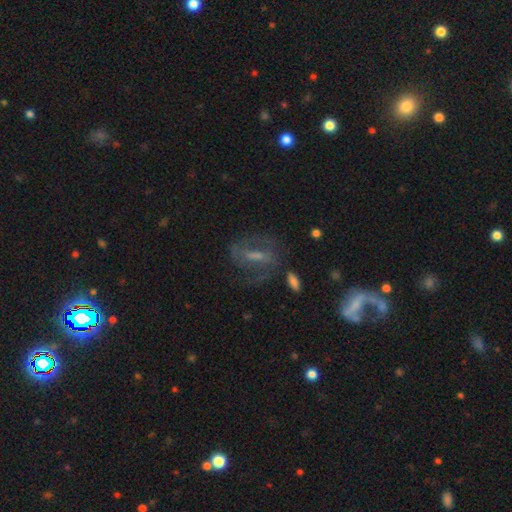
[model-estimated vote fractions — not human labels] Q: Smooth or featured?
A: featured or disk (64%); runner-up: smooth (23%)
Q: Edge-on disk?
A: no (89%); runner-up: yes (11%)
Q: Bar?
A: strong (46%); runner-up: weak (36%)
Q: Spiral arms?
A: yes (68%); runner-up: no (32%)
Q: Bulge size?
A: small (36%); runner-up: moderate (29%)
Q: Merging?
A: none (62%); runner-up: major disturbance (17%)